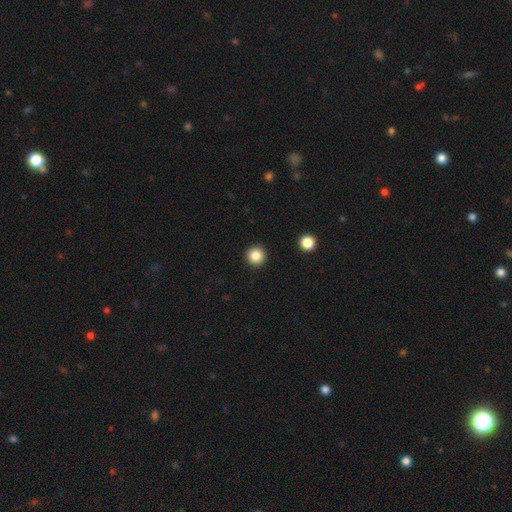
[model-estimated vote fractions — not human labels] Smooth or featured: smooth — 86% (star or artifact — 10%)
How rounded: round — 96% (in between — 3%)
Merging: none — 92% (minor disturbance — 5%)